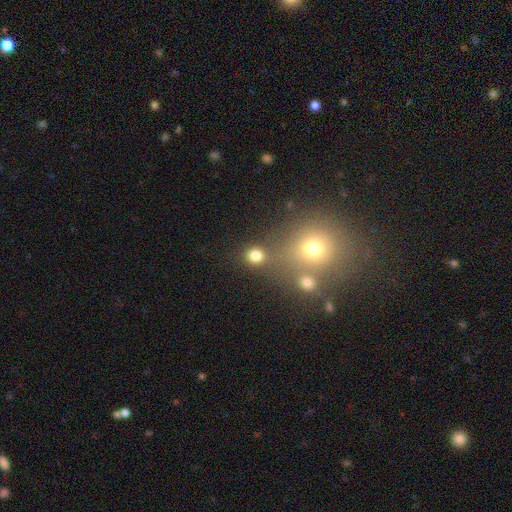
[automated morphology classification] This appears to be a smooth galaxy with no disk features (79%) that is round (87%). Merging: none (73%).